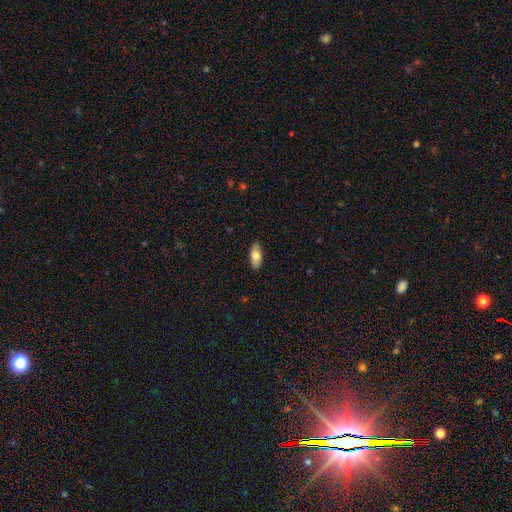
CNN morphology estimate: smooth 75%, featured or disk 19%, star or artifact 6%. Down the decision tree: how rounded — in between (88%); merging — none (88%).